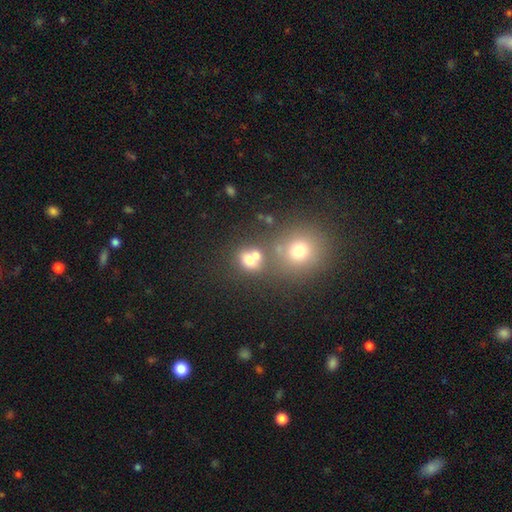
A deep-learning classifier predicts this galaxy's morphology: Smooth or featured?
  - smooth: 70% *
  - star or artifact: 17%
  - featured or disk: 14%
How rounded?
  - round: 62% *
  - in between: 37%
  - cigar-shaped: 1%
Merging?
  - none: 42% * (tied)
  - merger: 42% * (tied)
  - minor disturbance: 10%
  - major disturbance: 6%